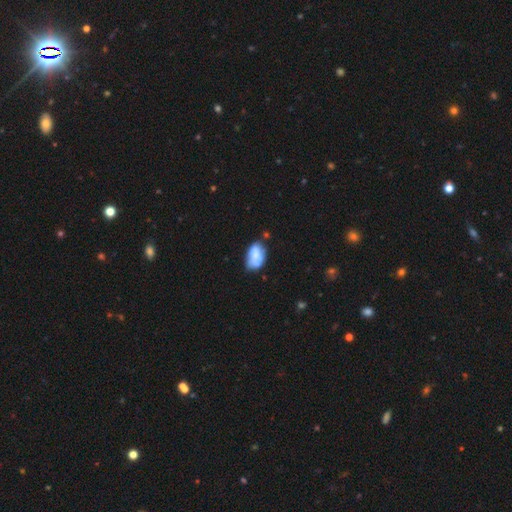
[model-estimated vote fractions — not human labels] The model was most divided on "merging": none: 43%, minor disturbance: 32%, merger: 14%, major disturbance: 11%. More confident: how rounded — in between (92%); smooth or featured — smooth (68%).